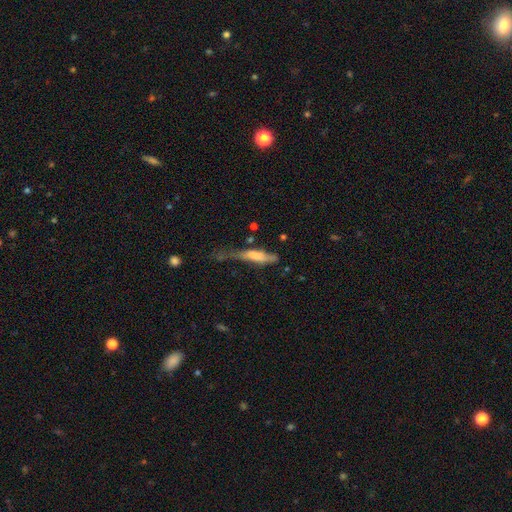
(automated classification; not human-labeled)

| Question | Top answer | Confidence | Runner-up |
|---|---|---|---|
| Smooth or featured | smooth | 57% | featured or disk (35%) |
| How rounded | cigar-shaped | 75% | in between (22%) |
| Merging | major disturbance | 37% | minor disturbance (30%) |